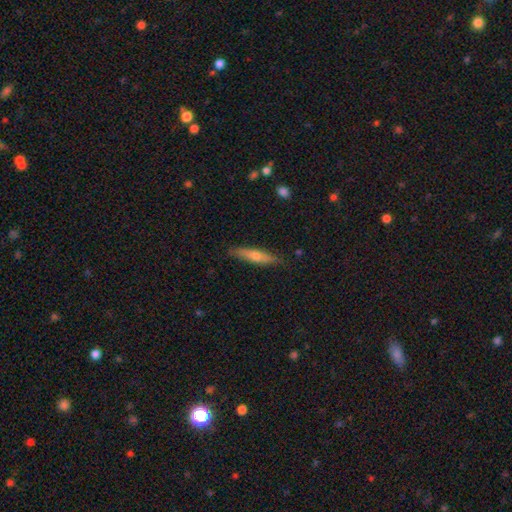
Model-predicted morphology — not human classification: smooth 53%, featured or disk 41%, star or artifact 6%. Down the decision tree: how rounded — cigar-shaped (81%); merging — none (85%).